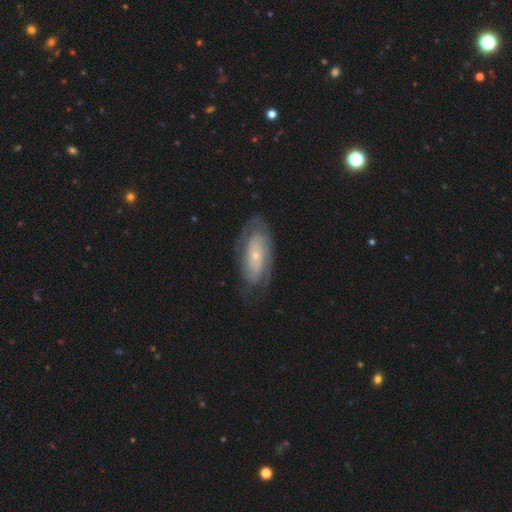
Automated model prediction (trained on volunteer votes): smooth_or_featured: featured or disk (p=0.71) [alt: smooth p=0.23]
disk_edge_on: no (p=0.92) [alt: yes p=0.08]
bar: no (p=0.72) [alt: weak p=0.21]
has_spiral_arms: yes (p=0.85) [alt: no p=0.15]
spiral_winding: tight (p=0.59) [alt: medium p=0.30]
spiral_arm_count: 2 (p=0.42) [alt: can't tell p=0.40]
bulge_size: small (p=0.78) [alt: moderate p=0.17]
merging: none (p=0.71) [alt: minor disturbance p=0.19]